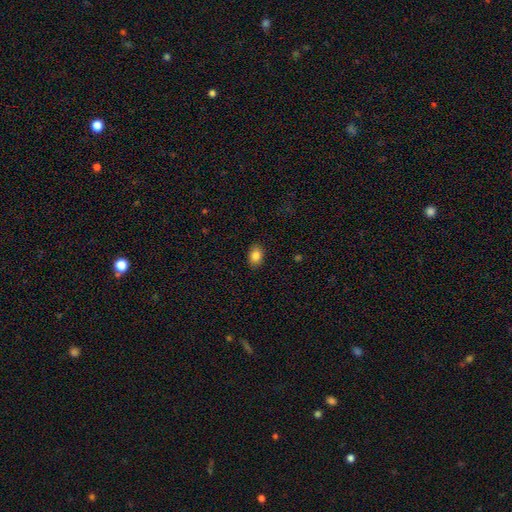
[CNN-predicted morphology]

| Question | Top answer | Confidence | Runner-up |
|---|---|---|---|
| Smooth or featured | smooth | 85% | star or artifact (9%) |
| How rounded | in between | 73% | round (26%) |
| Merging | none | 88% | minor disturbance (9%) |